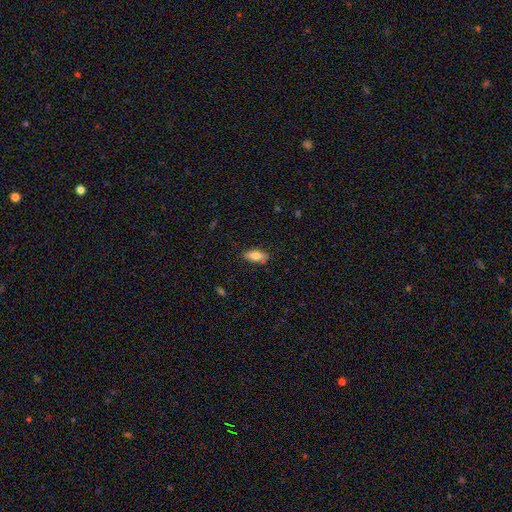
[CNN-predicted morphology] Smooth or featured? smooth (76%)
How rounded? in between (84%)
Merging? none (84%)